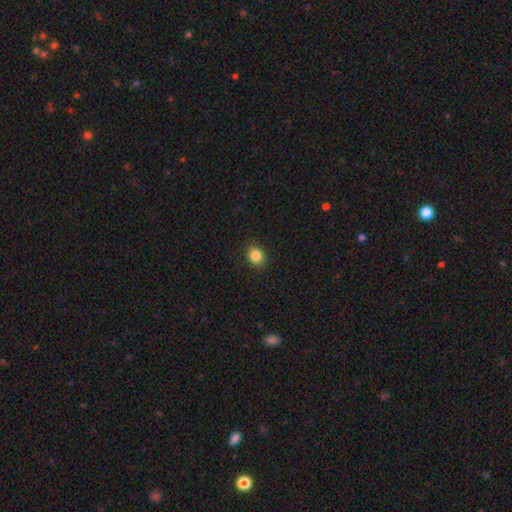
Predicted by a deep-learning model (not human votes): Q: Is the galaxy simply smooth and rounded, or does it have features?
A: smooth — 85%.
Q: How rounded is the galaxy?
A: round — 74%.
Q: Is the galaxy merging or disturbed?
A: none — 90%.